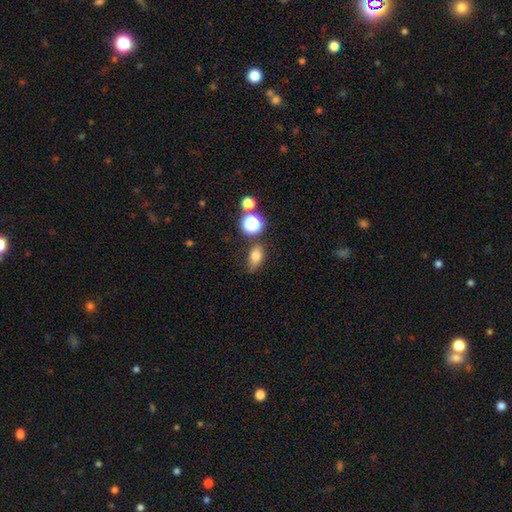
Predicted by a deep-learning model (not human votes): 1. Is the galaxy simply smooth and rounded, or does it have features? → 75% smooth, 14% star or artifact, 12% featured or disk.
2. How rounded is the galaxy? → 73% in between, 23% round, 4% cigar-shaped.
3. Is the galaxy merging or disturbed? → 63% none, 25% minor disturbance, 7% major disturbance, 6% merger.